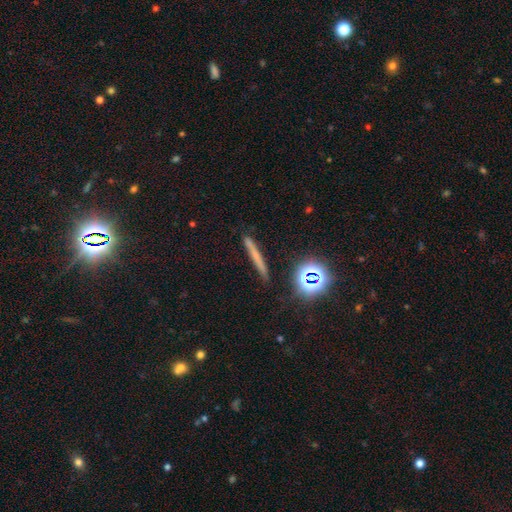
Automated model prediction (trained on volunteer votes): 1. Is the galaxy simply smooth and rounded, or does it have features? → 53% smooth, 27% featured or disk, 20% star or artifact.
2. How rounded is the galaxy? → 90% cigar-shaped, 6% round, 4% in between.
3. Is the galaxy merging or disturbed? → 86% none, 10% minor disturbance, 2% major disturbance, 2% merger.